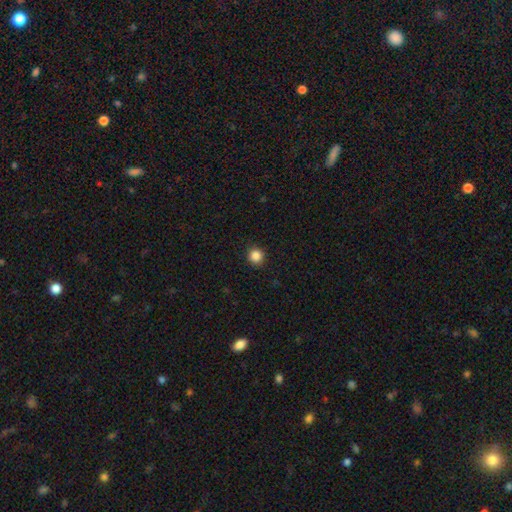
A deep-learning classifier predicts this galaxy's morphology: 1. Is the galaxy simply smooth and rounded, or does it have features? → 86% smooth, 11% star or artifact, 3% featured or disk.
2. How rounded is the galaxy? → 92% round, 7% in between, 1% cigar-shaped.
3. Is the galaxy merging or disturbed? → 92% none, 5% minor disturbance, 2% major disturbance, 1% merger.